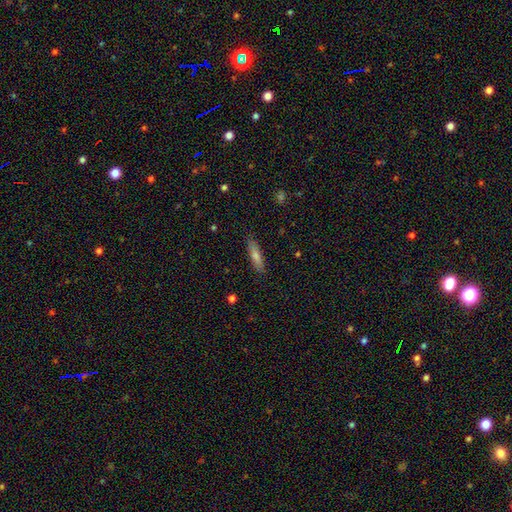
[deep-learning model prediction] smooth 65%, featured or disk 27%, star or artifact 8%. Down the decision tree: how rounded — cigar-shaped (79%); merging — none (88%).